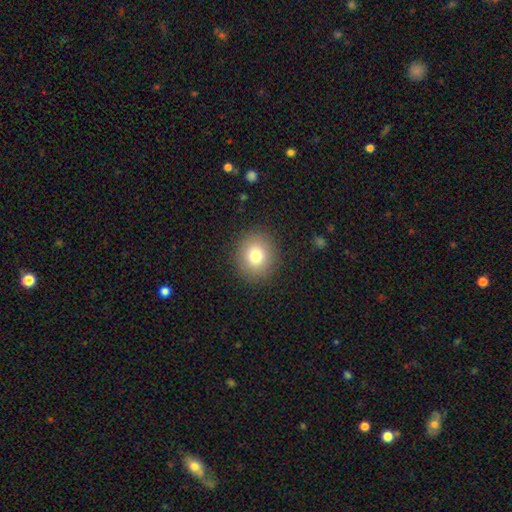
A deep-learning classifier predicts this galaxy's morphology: Overall: smooth (78%). How rounded: round (84%). Merging: none (90%).